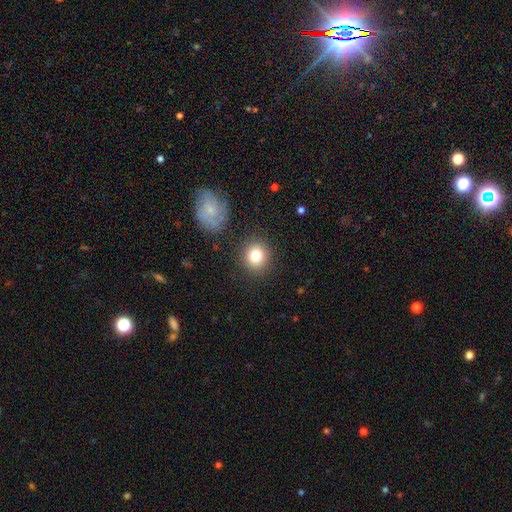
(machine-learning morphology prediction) Q: Smooth or featured?
A: smooth (81%); runner-up: star or artifact (10%)
Q: How rounded?
A: round (85%); runner-up: in between (14%)
Q: Merging?
A: none (87%); runner-up: minor disturbance (8%)